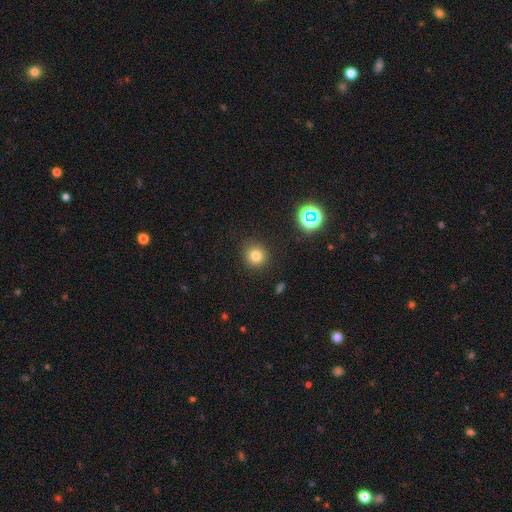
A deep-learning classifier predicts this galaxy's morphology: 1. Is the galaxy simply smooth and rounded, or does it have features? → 78% smooth, 15% star or artifact, 7% featured or disk.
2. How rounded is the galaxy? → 92% round, 7% in between, 1% cigar-shaped.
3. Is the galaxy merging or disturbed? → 90% none, 6% minor disturbance, 2% major disturbance, 1% merger.